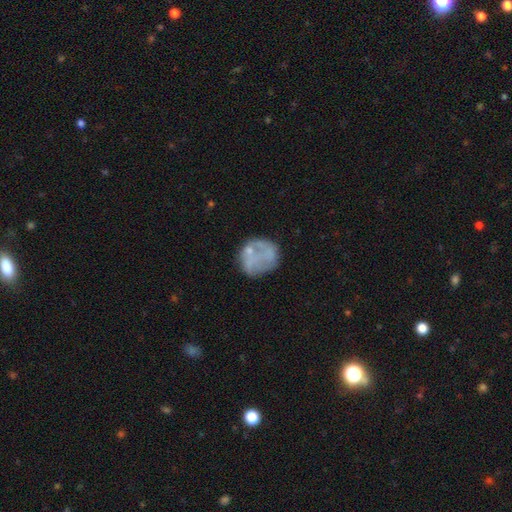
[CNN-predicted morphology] smooth-or-featured: featured or disk: 47% | smooth: 42% | star or artifact: 11%
  merging: none: 55% | minor disturbance: 21% | major disturbance: 16% | merger: 8%